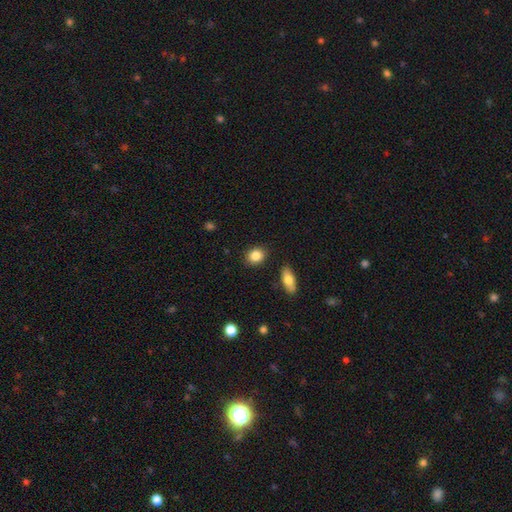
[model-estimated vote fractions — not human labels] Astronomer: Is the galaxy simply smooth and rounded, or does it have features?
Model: smooth — 86%.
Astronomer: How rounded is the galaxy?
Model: round — 57% (runner-up: in between, 41%).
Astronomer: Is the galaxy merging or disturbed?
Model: none — 88%.